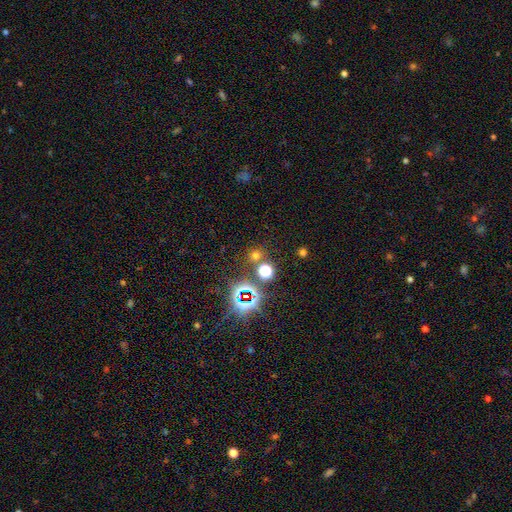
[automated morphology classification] A smooth galaxy with no disk features (51%) that is round (86%). Merging: none (77%).